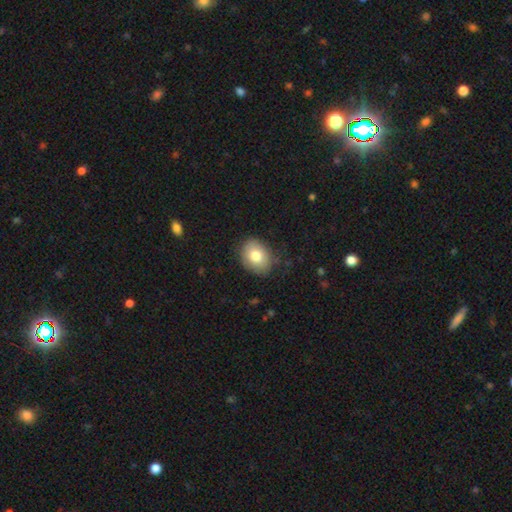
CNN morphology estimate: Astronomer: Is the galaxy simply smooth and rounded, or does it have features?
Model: smooth — 78%.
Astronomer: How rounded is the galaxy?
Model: in between — 60% (runner-up: round, 39%).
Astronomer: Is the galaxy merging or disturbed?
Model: none — 80%.